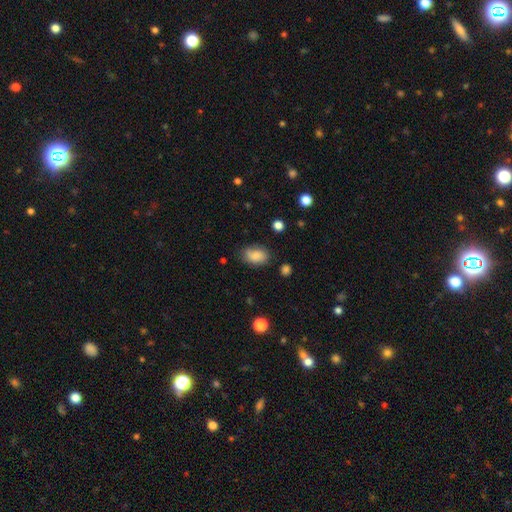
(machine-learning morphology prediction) Smooth or featured?
  - smooth: 80% *
  - featured or disk: 12%
  - star or artifact: 9%
How rounded?
  - in between: 84% *
  - round: 14%
  - cigar-shaped: 2%
Merging?
  - none: 72% *
  - minor disturbance: 20%
  - major disturbance: 5%
  - merger: 2%